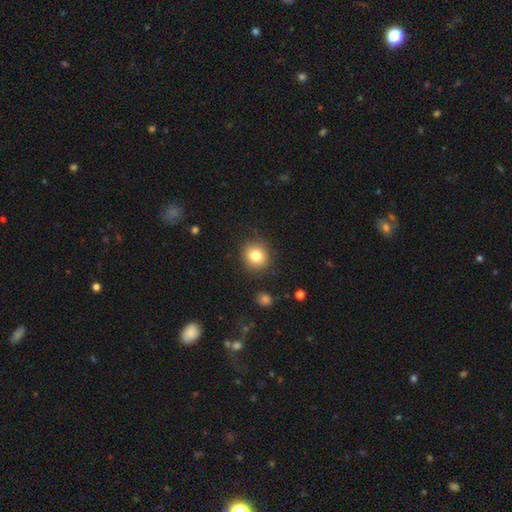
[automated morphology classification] Smooth or featured: smooth — 81% (star or artifact — 11%)
How rounded: round — 87% (in between — 12%)
Merging: none — 87% (minor disturbance — 9%)